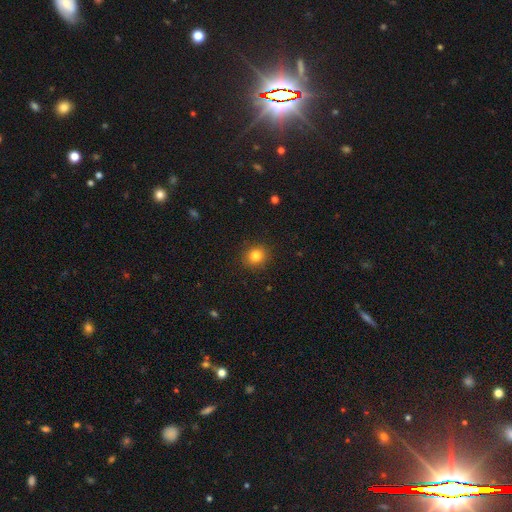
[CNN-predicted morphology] This appears to be a smooth galaxy with no disk features (83%) that is round (83%). Merging: none (90%).